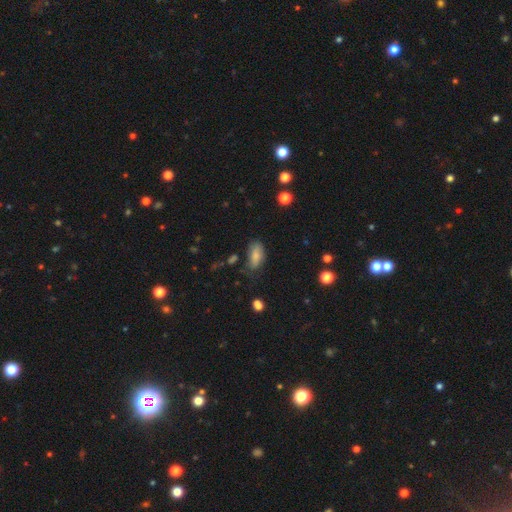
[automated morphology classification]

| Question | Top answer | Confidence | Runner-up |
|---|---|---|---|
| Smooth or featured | smooth | 80% | featured or disk (12%) |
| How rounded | in between | 86% | cigar-shaped (11%) |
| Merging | none | 64% | minor disturbance (26%) |